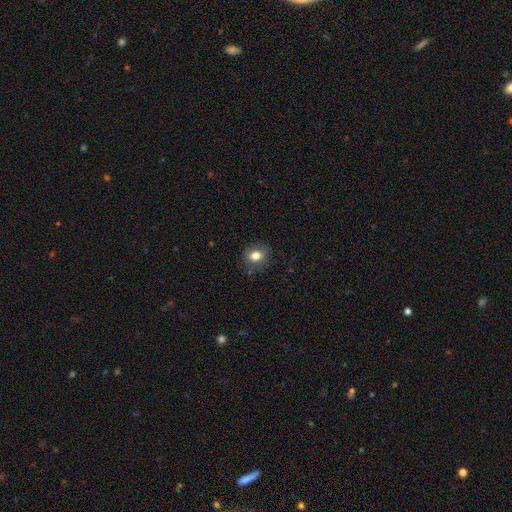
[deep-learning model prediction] This is likely a smooth galaxy (78%). How rounded: possibly round (57%). Merging: clearly none (80%).